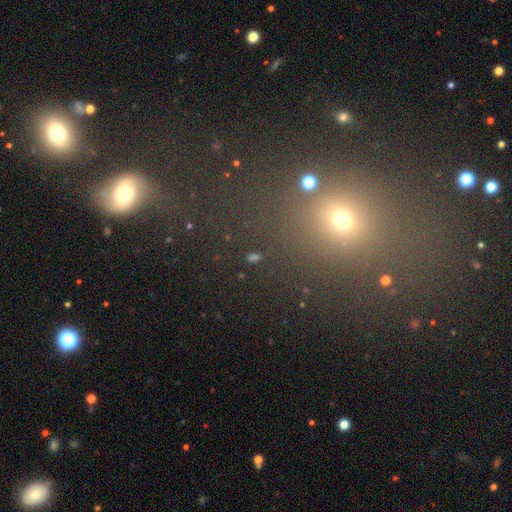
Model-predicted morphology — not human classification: This is possibly a smooth galaxy (47%). Merging: likely none (71%).